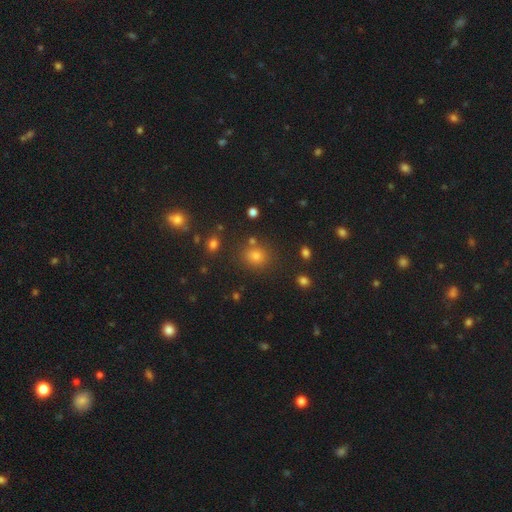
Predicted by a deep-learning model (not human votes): This is likely a smooth galaxy (71%). How rounded: likely round (79%). Merging: likely none (80%).